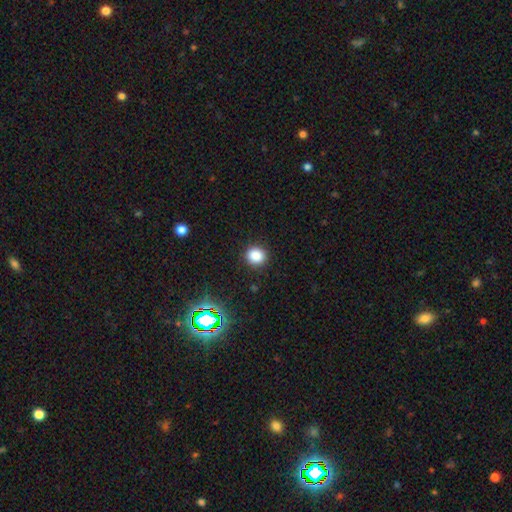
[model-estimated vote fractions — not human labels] Smooth or featured? smooth (84%)
How rounded? round (84%)
Merging? none (90%)